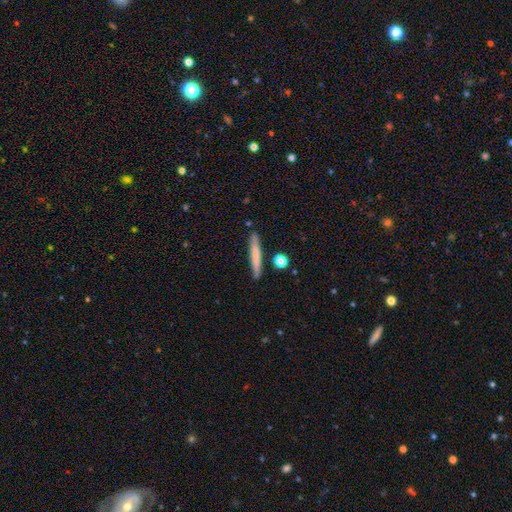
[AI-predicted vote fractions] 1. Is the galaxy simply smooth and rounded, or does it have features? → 70% smooth, 24% featured or disk, 6% star or artifact.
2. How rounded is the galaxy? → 95% cigar-shaped, 3% in between, 1% round.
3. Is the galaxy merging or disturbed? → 86% none, 9% minor disturbance, 3% merger, 2% major disturbance.